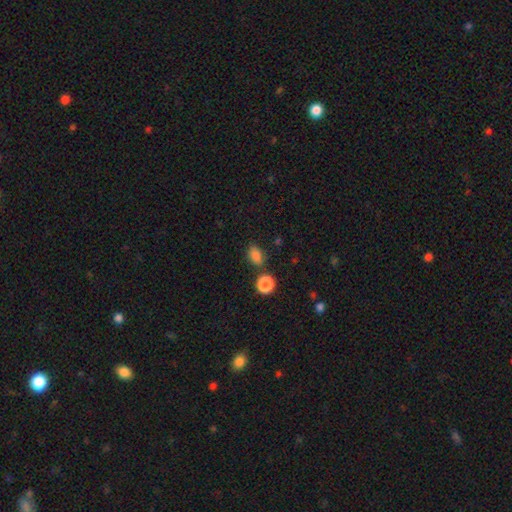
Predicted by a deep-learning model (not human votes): Smooth or featured? Predicted: smooth (p=0.82). How rounded? Predicted: in between (p=0.75). Merging? Predicted: none (p=0.73).